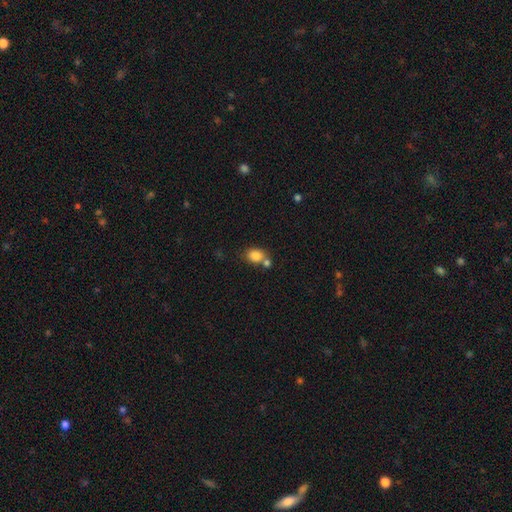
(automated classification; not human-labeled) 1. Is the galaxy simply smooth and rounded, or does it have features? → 84% smooth, 9% star or artifact, 6% featured or disk.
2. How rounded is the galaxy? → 51% round, 48% in between, 1% cigar-shaped.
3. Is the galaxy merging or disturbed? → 51% none, 33% merger, 11% minor disturbance, 4% major disturbance.